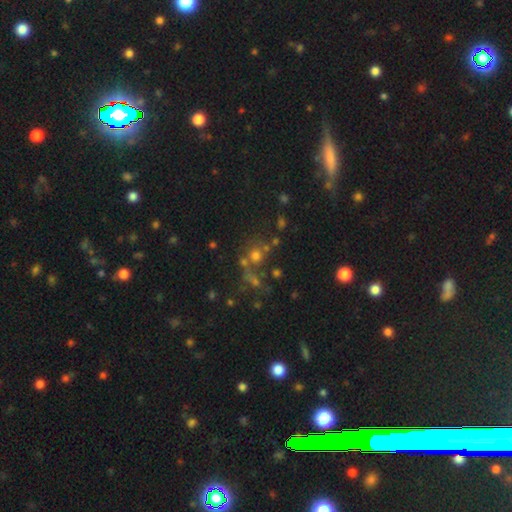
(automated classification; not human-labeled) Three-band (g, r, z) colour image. It shows a smooth galaxy with no disk features (55%) that is round (86%). Merging: none (55%).